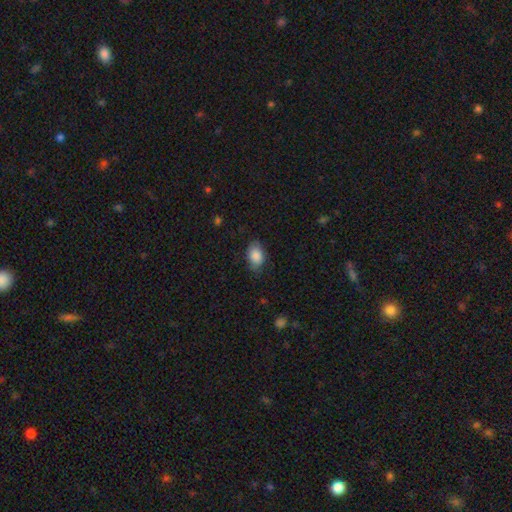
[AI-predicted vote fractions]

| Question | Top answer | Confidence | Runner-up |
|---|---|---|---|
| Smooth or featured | smooth | 87% | star or artifact (7%) |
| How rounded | in between | 85% | round (14%) |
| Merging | none | 74% | minor disturbance (21%) |